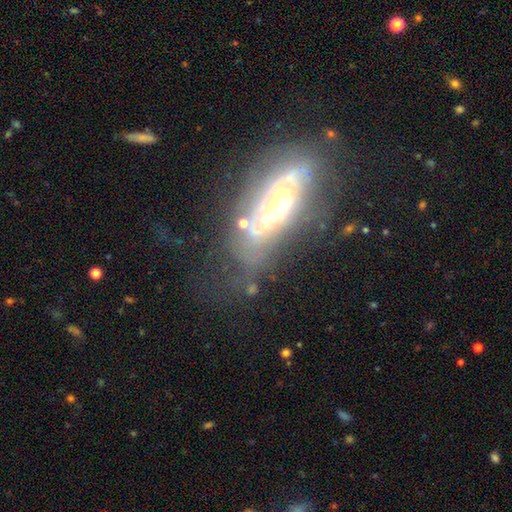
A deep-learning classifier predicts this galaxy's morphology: Smooth or featured? Predicted: featured or disk (p=0.72). Edge-on disk? Predicted: no (p=0.62). Merging? Predicted: none (p=0.57).